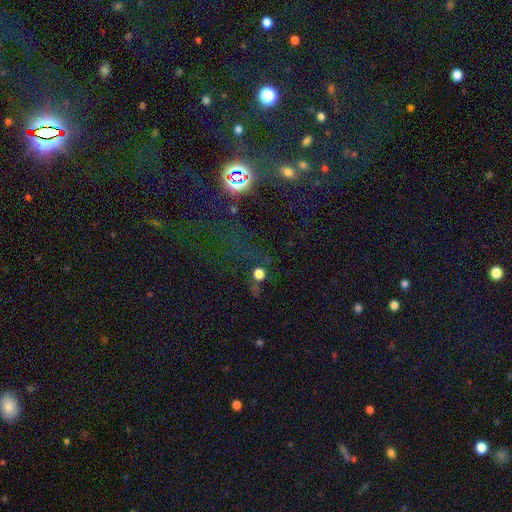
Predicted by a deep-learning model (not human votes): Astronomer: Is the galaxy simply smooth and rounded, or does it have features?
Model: star or artifact — 71%.